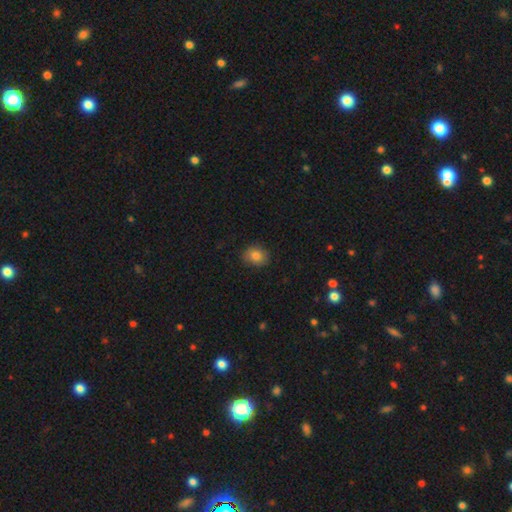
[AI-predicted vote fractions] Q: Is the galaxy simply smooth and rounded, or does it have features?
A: smooth — 83%.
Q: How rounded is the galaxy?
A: round — 52%.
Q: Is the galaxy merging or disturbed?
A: none — 84%.